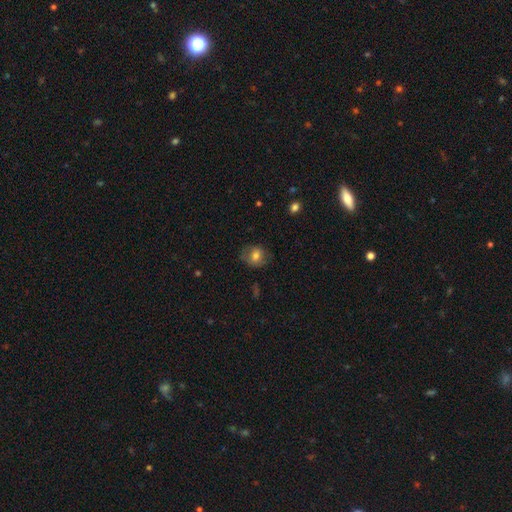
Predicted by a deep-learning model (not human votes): Smooth or featured?
  - smooth: 69% *
  - featured or disk: 21%
  - star or artifact: 10%
How rounded?
  - round: 65% *
  - in between: 34%
  - cigar-shaped: 1%
Merging?
  - none: 72% *
  - minor disturbance: 19%
  - major disturbance: 7%
  - merger: 1%